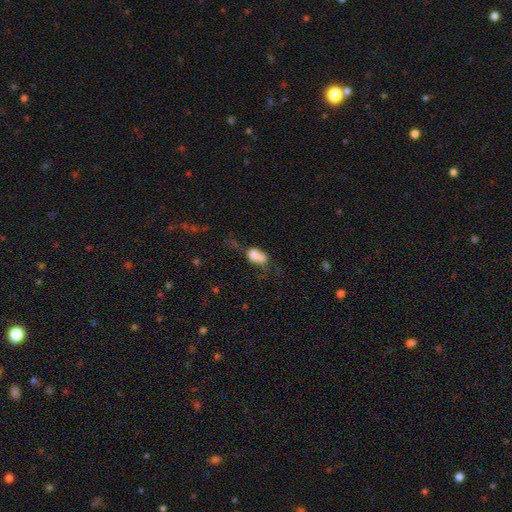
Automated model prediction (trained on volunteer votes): Smooth or featured?
  - smooth: 65% *
  - featured or disk: 23%
  - star or artifact: 12%
How rounded?
  - in between: 71% *
  - round: 25%
  - cigar-shaped: 5%
Merging?
  - merger: 45% *
  - none: 20%
  - major disturbance: 20%
  - minor disturbance: 15%